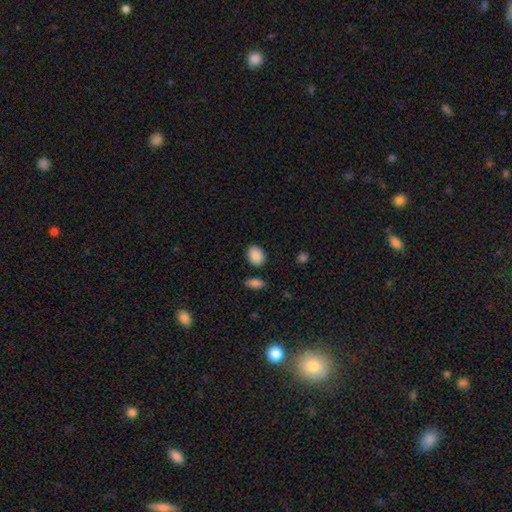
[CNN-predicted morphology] A smooth galaxy with no disk features (89%) that is in between round and cigar-shaped (72%).

Vote fractions:
- Smooth or featured? smooth: 89% / star or artifact: 8% / featured or disk: 4%
- How rounded? in between: 72% / round: 26% / cigar-shaped: 1%
- Merging? none: 83% / minor disturbance: 11% / merger: 4% / major disturbance: 3%